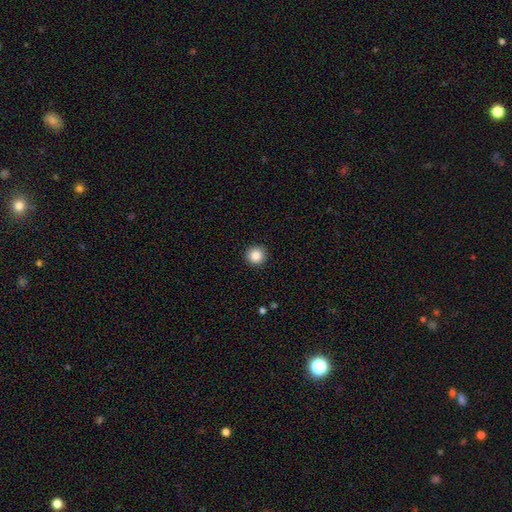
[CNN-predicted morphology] Smooth or featured? Predicted: smooth (p=0.87). How rounded? Predicted: round (p=0.95). Merging? Predicted: none (p=0.92).